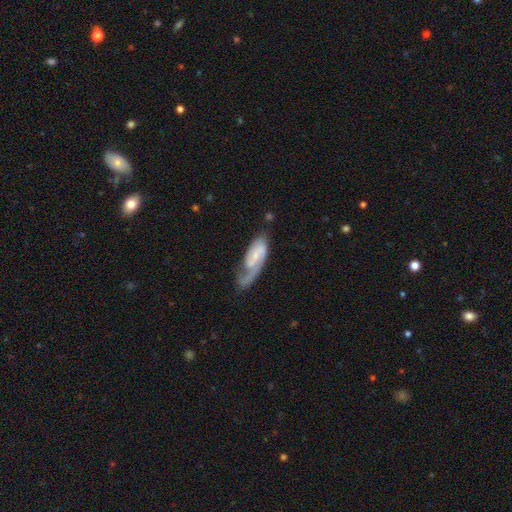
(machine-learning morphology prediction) featured or disk 71%, smooth 24%, star or artifact 6%. Down the decision tree: edge-on disk — no (92%); bar — no (51%); spiral arms — yes (89%); spiral arm count — 1 (49%); spiral winding — medium (41%); bulge size — small (62%); merging — none (44%).